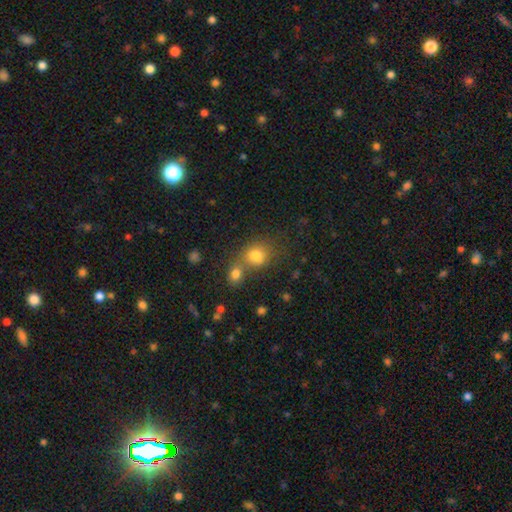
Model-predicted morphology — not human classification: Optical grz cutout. It shows a smooth galaxy with no disk features (78%) that is round (68%). Merging: none (43%).